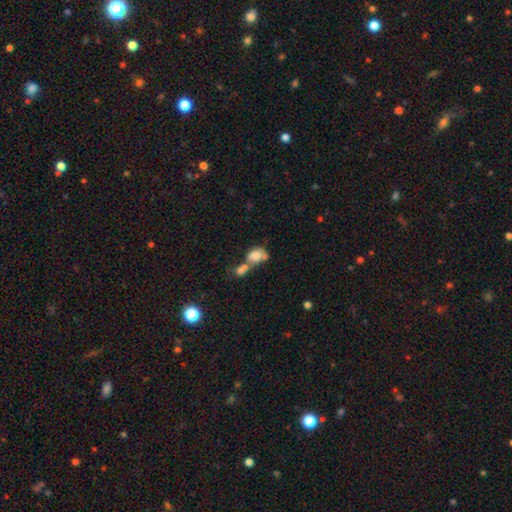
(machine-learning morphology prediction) Smooth or featured? Predicted: smooth (p=0.71). How rounded? Predicted: in between (p=0.68). Merging? Predicted: merger (p=0.66).